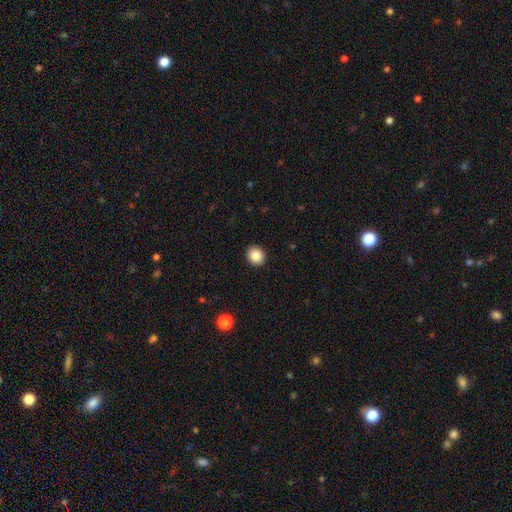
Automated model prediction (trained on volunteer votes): The model was most divided on "how rounded": round: 82%, in between: 17%, cigar-shaped: 1%. More confident: merging — none (93%); smooth or featured — smooth (86%).